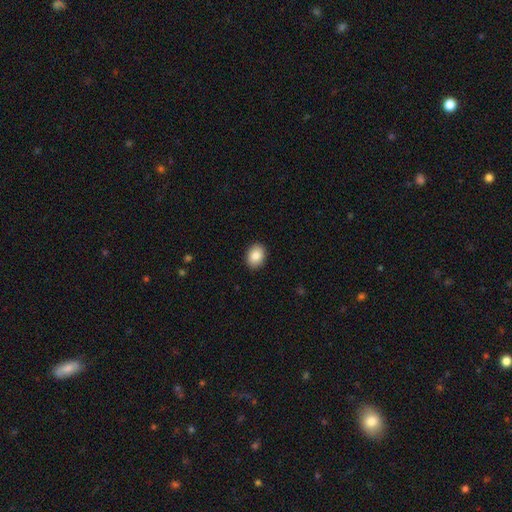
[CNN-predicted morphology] Q: Smooth or featured?
A: smooth (87%); runner-up: star or artifact (7%)
Q: How rounded?
A: in between (68%); runner-up: round (31%)
Q: Merging?
A: none (90%); runner-up: minor disturbance (7%)